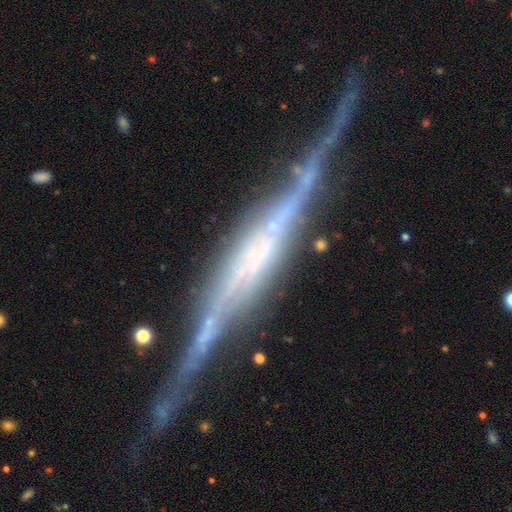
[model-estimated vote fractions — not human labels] Morphology: type=featured or disk (88%); edge-on=yes (95%); edge-on bulge=boxy (55%); merging=none (74%).